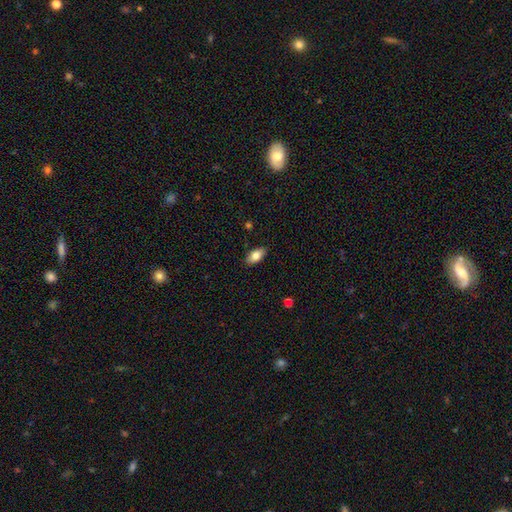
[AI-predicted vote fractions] Smooth or featured: smooth — 82% (featured or disk — 11%)
How rounded: in between — 91% (cigar-shaped — 6%)
Merging: none — 87% (minor disturbance — 10%)